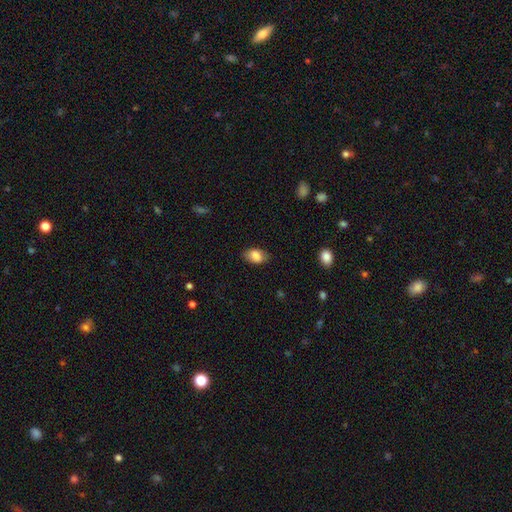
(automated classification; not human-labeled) A smooth galaxy with no disk features (83%) that is in between round and cigar-shaped (89%). Merging: none (80%).